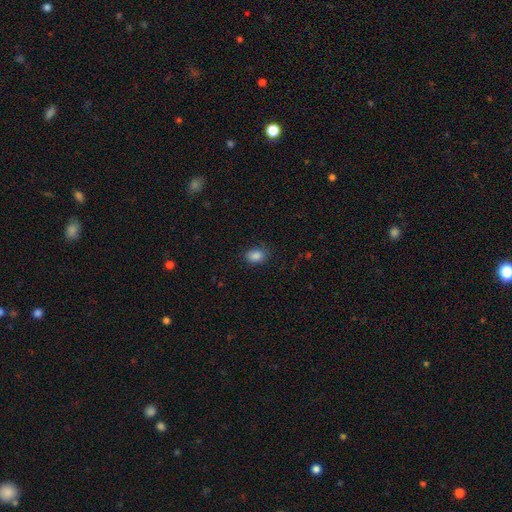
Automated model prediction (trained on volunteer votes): The model was most divided on "how rounded": in between: 67%, round: 31%, cigar-shaped: 1%. More confident: smooth or featured — smooth (86%); merging — none (80%).